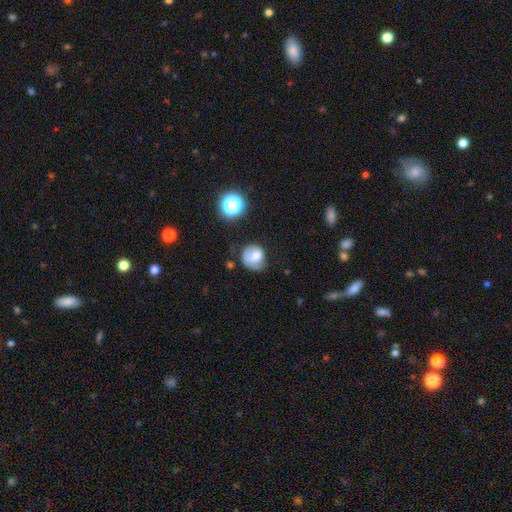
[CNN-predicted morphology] smooth_or_featured: smooth (p=0.70) [alt: featured or disk p=0.19]
how_rounded: round (p=0.79) [alt: in between p=0.20]
merging: none (p=0.51) [alt: minor disturbance p=0.33]